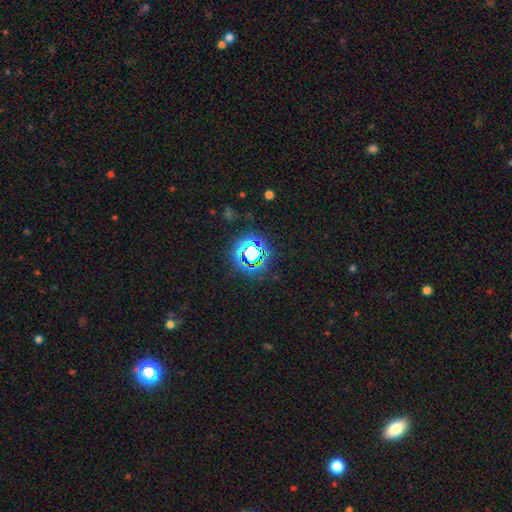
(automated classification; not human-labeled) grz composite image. It shows a star or artifact, not a galaxy (77%).